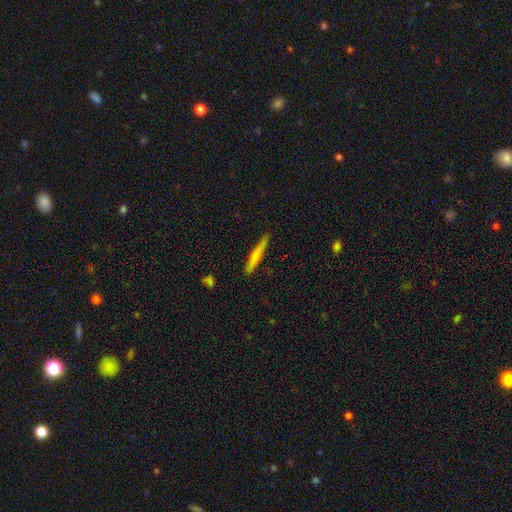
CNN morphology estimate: This is likely a smooth galaxy (63%). How rounded: clearly cigar-shaped (95%). Merging: clearly none (87%).